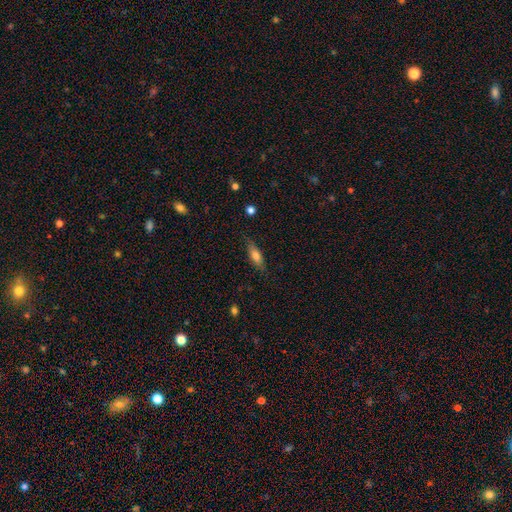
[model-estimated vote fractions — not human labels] This is likely a smooth galaxy (69%). How rounded: possibly in between (57%). Merging: likely none (78%).